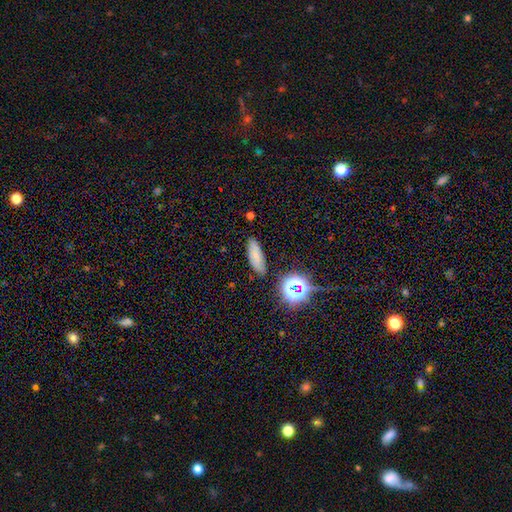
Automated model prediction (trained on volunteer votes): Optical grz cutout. It shows a smooth galaxy with no disk features (67%) that is in between round and cigar-shaped (62%). Merging: none (83%).